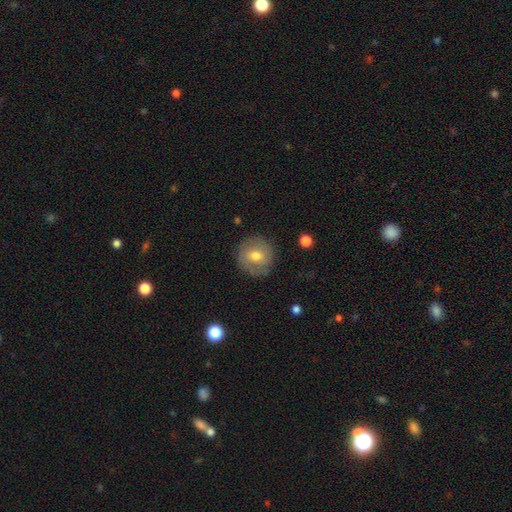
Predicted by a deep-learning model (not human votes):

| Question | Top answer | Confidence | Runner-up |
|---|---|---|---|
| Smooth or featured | smooth | 59% | featured or disk (33%) |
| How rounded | round | 91% | in between (8%) |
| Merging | none | 84% | minor disturbance (11%) |